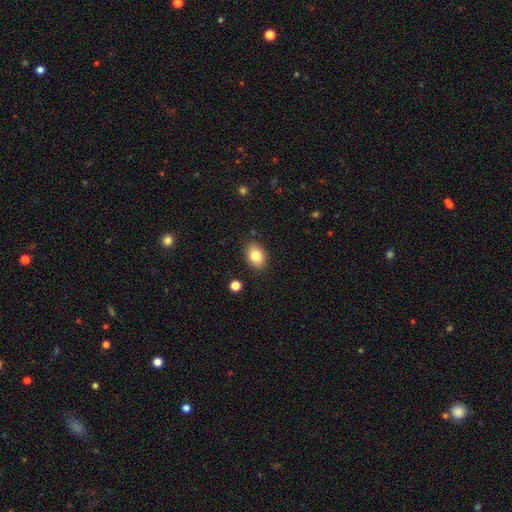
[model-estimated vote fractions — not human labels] Smooth or featured? Predicted: smooth (p=0.83). How rounded? Predicted: in between (p=0.81). Merging? Predicted: none (p=0.87).